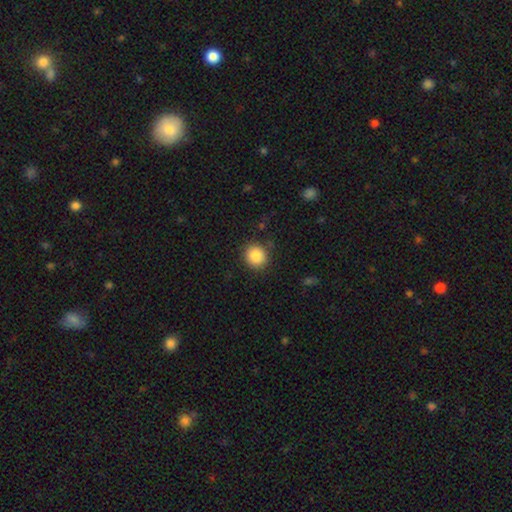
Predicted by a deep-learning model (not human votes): Smooth or featured?
  - smooth: 86% *
  - star or artifact: 9%
  - featured or disk: 4%
How rounded?
  - round: 90% *
  - in between: 9%
  - cigar-shaped: 1%
Merging?
  - none: 88% *
  - minor disturbance: 8%
  - major disturbance: 3%
  - merger: 1%